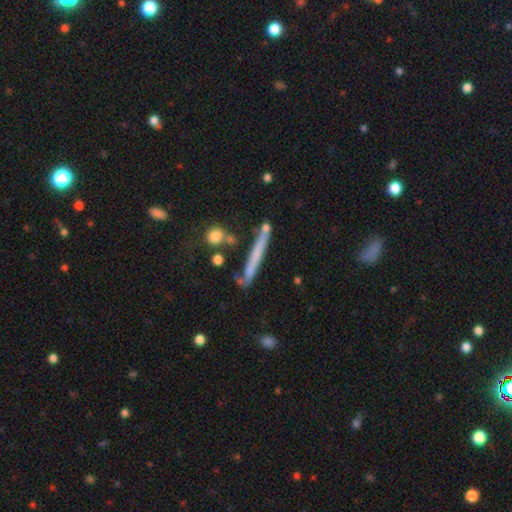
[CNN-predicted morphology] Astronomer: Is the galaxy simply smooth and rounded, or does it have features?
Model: smooth — 48% (runner-up: featured or disk, 43%).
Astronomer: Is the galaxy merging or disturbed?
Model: none — 73%.